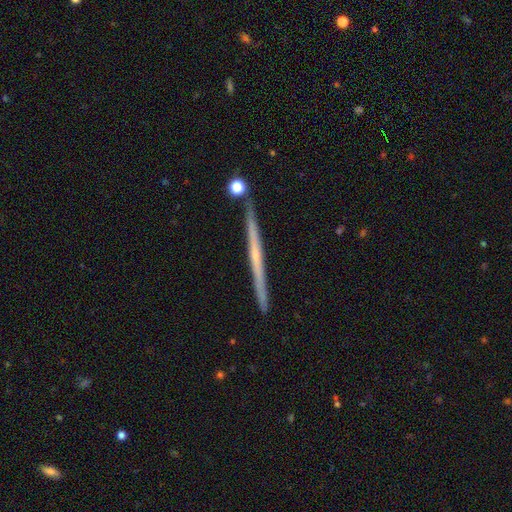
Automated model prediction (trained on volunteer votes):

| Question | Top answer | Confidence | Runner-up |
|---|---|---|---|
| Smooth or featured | featured or disk | 68% | smooth (25%) |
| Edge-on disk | yes | 98% | no (2%) |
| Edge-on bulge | none | 73% | rounded (22%) |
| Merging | none | 88% | minor disturbance (7%) |